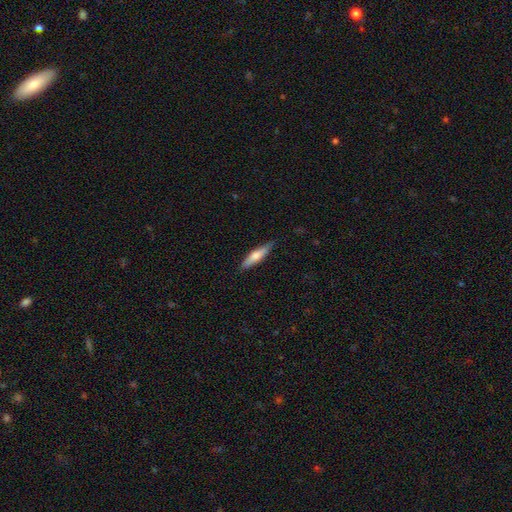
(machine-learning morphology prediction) Smooth or featured?
  - smooth: 61% *
  - featured or disk: 33%
  - star or artifact: 6%
How rounded?
  - cigar-shaped: 77% *
  - in between: 21%
  - round: 2%
Merging?
  - none: 83% *
  - minor disturbance: 14%
  - major disturbance: 2%
  - merger: 1%